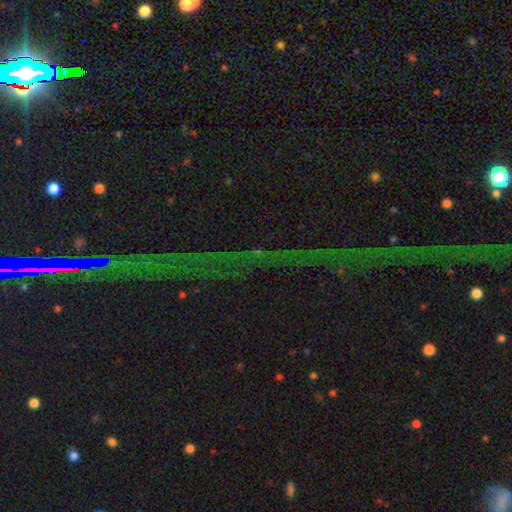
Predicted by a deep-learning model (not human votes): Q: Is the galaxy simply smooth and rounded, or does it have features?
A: star or artifact — 80%.